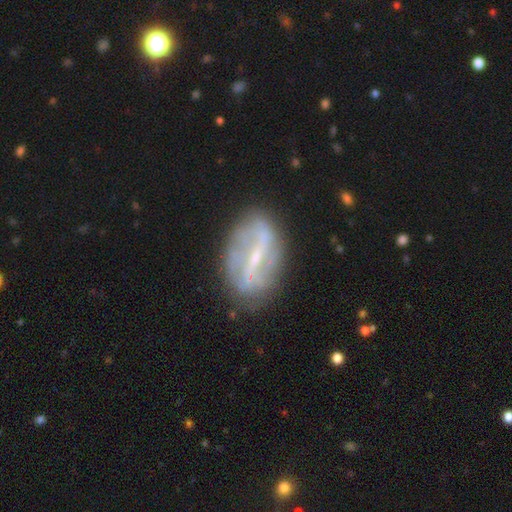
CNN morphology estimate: Smooth or featured? Predicted: featured or disk (p=0.76). Edge-on disk? Predicted: no (p=0.90). Bar? Predicted: strong (p=0.63). Spiral arms? Predicted: yes (p=0.56). Bulge size? Predicted: small (p=0.70). Merging? Predicted: none (p=0.73).